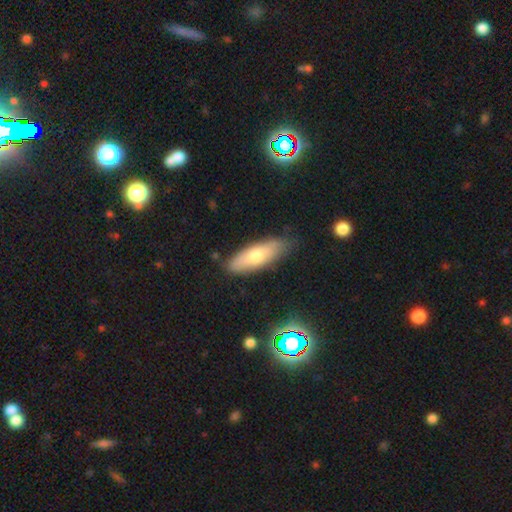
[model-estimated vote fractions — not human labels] A smooth galaxy with no disk features (63%) that is in between round and cigar-shaped (58%). Merging: none (81%).